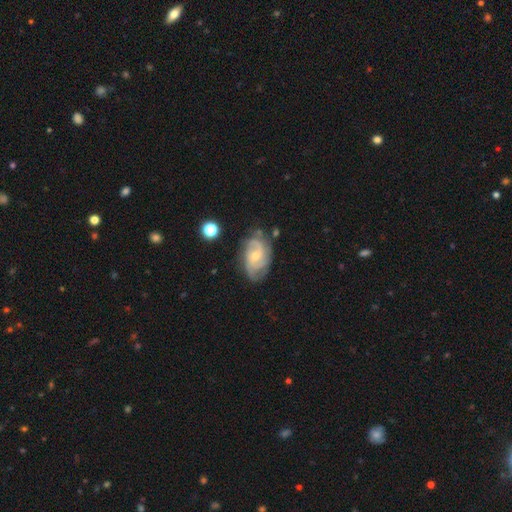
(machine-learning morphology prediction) Overall: featured or disk (82%). Edge-on disk: no (97%). Bar: no (61%; weak 34%). Spiral arms: yes (95%). Spiral arm count: 2 (37%; 3 28%). Spiral winding: medium (43%; tight 42%). Bulge size: small (59%; moderate 37%). Merging: none (67%).